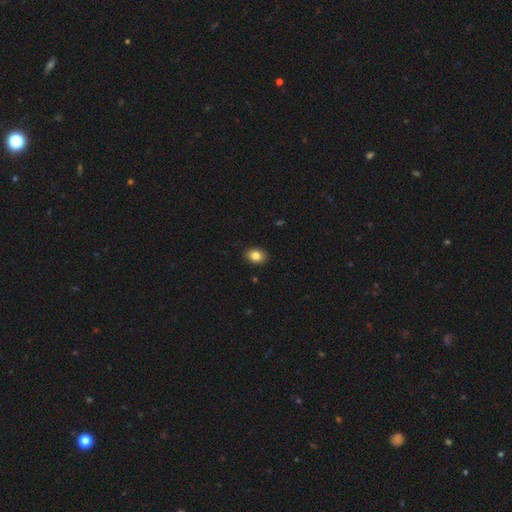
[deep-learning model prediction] Overall: smooth (84%). How rounded: in between (67%; round 32%). Merging: none (90%).